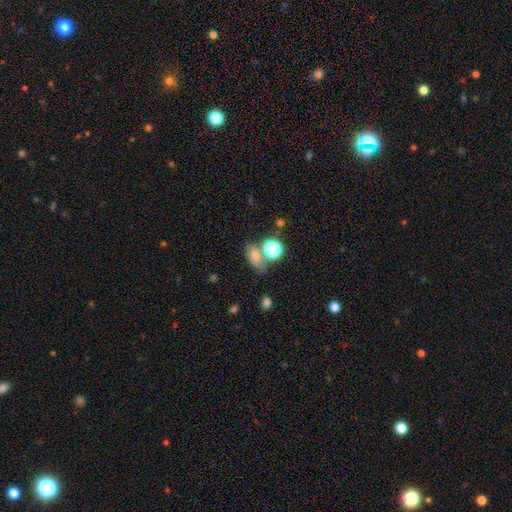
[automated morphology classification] Smooth or featured? Predicted: smooth (p=0.69). How rounded? Predicted: in between (p=0.71). Merging? Predicted: none (p=0.52).